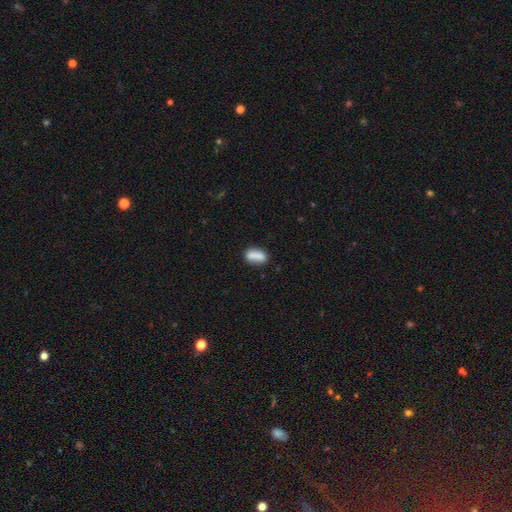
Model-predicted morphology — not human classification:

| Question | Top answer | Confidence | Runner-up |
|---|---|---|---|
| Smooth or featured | smooth | 82% | featured or disk (10%) |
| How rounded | in between | 77% | cigar-shaped (16%) |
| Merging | none | 69% | minor disturbance (16%) |